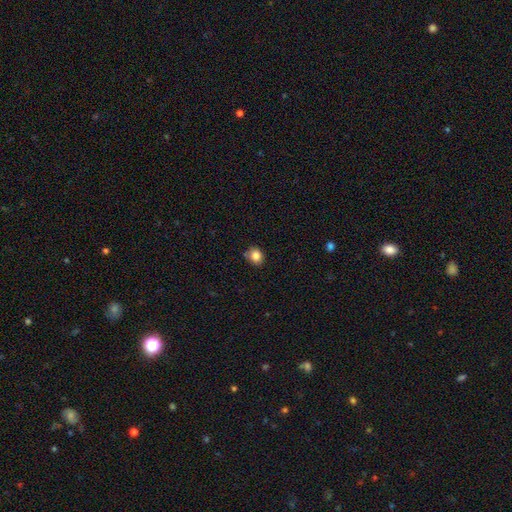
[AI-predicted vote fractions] Overall: smooth (83%). How rounded: round (70%). Merging: none (72%).